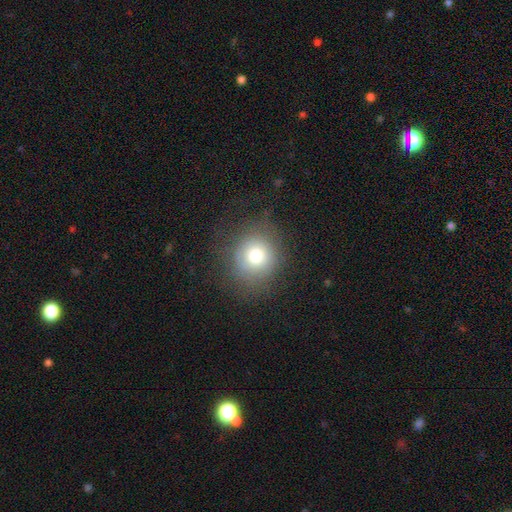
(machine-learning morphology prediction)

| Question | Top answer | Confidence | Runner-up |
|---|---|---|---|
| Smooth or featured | smooth | 73% | featured or disk (14%) |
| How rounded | round | 88% | in between (11%) |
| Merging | none | 78% | minor disturbance (14%) |